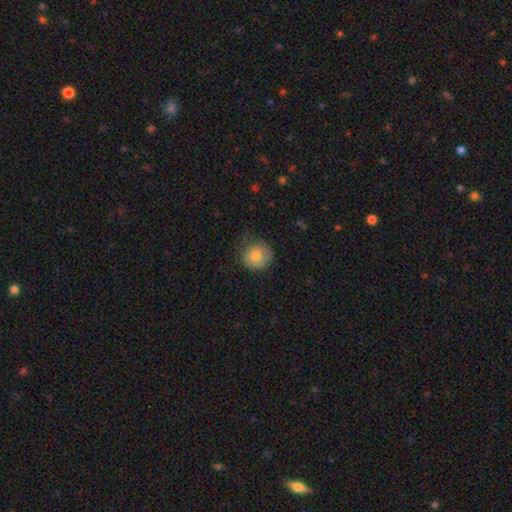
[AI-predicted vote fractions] This appears to be a smooth galaxy with no disk features (76%) that is round (91%). Merging: none (63%).